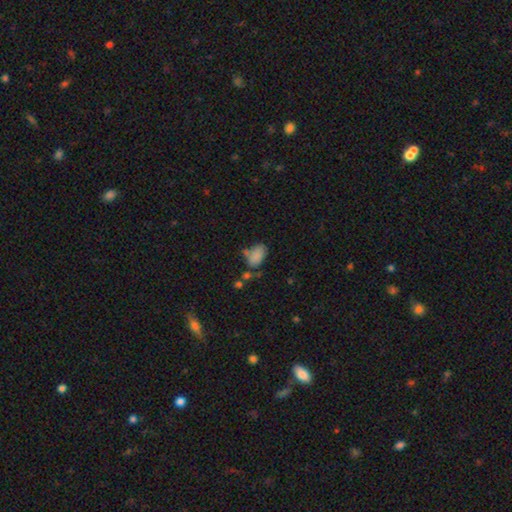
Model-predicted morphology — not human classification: Smooth or featured: smooth — 82% (star or artifact — 10%)
How rounded: in between — 91% (round — 8%)
Merging: none — 48% (minor disturbance — 26%)